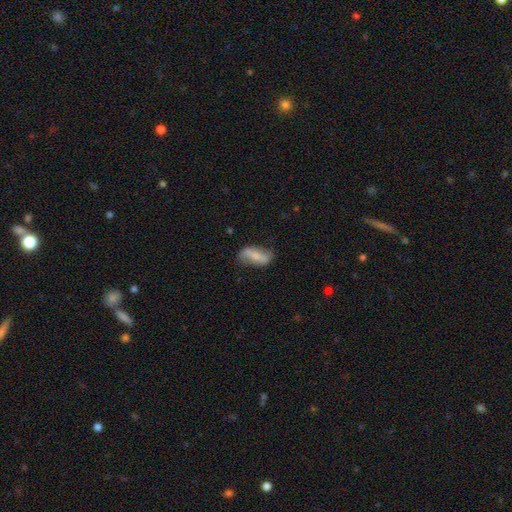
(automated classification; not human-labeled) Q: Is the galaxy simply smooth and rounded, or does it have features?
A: smooth — 54%.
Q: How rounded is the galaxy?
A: in between — 80%.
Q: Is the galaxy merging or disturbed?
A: none — 70%.